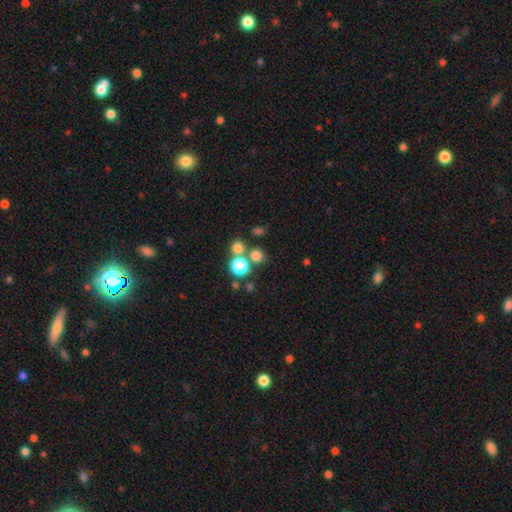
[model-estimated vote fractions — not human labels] Q: Smooth or featured?
A: smooth (73%); runner-up: star or artifact (19%)
Q: How rounded?
A: round (85%); runner-up: in between (14%)
Q: Merging?
A: none (65%); runner-up: merger (24%)